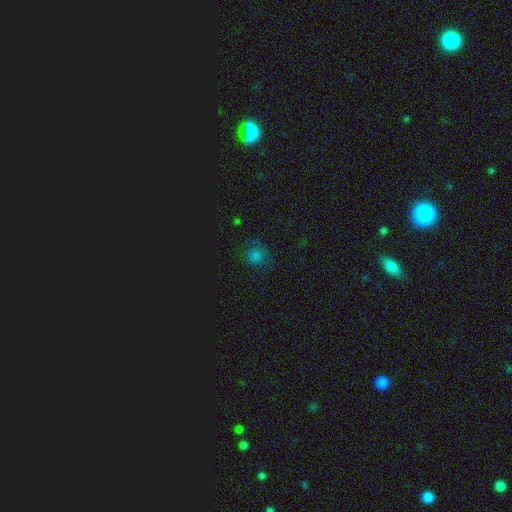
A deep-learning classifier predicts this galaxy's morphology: smooth-or-featured: smooth: 55% | star or artifact: 36% | featured or disk: 9%
  how-rounded: round: 86% | in between: 13% | cigar-shaped: 1%
  merging: none: 73% | minor disturbance: 17% | major disturbance: 8% | merger: 2%